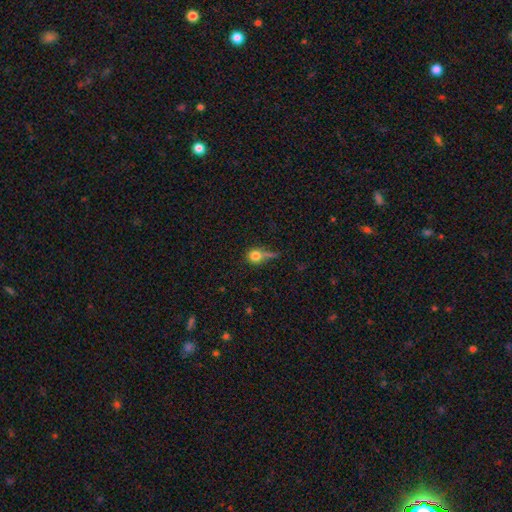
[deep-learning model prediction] smooth 73%, featured or disk 14%, star or artifact 13%. Down the decision tree: how rounded — round (75%); merging — none (43%).